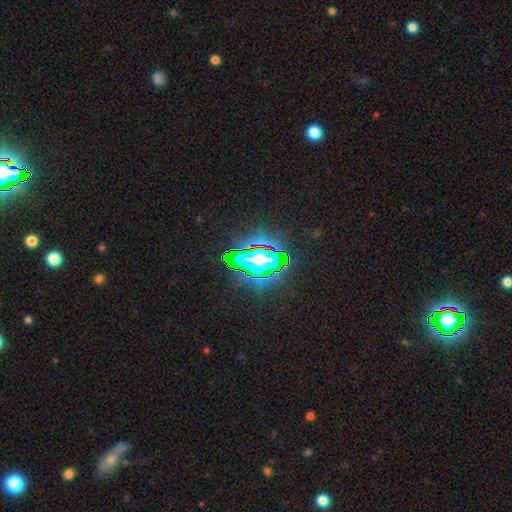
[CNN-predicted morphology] Overall: star or artifact (82%).